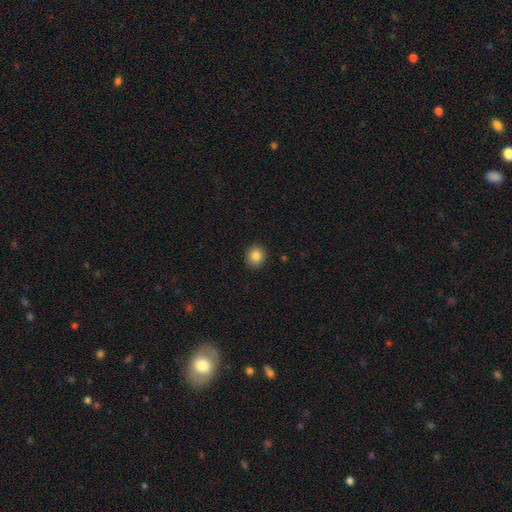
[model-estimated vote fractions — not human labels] Smooth or featured?
  - smooth: 86% *
  - star or artifact: 10%
  - featured or disk: 5%
How rounded?
  - round: 85% *
  - in between: 14%
  - cigar-shaped: 1%
Merging?
  - none: 91% *
  - minor disturbance: 6%
  - major disturbance: 2%
  - merger: 1%